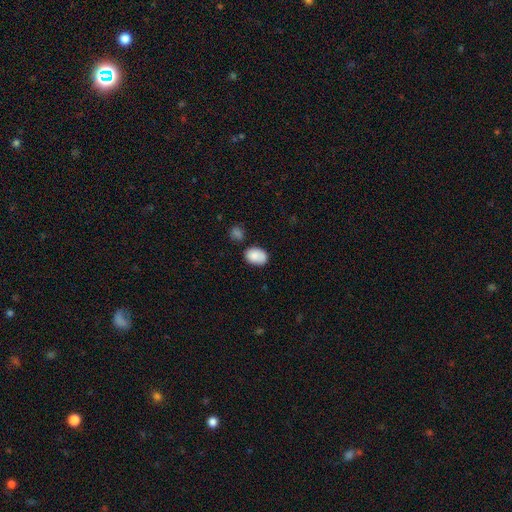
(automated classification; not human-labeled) Smooth or featured? smooth (85%)
How rounded? in between (78%)
Merging? none (64%)